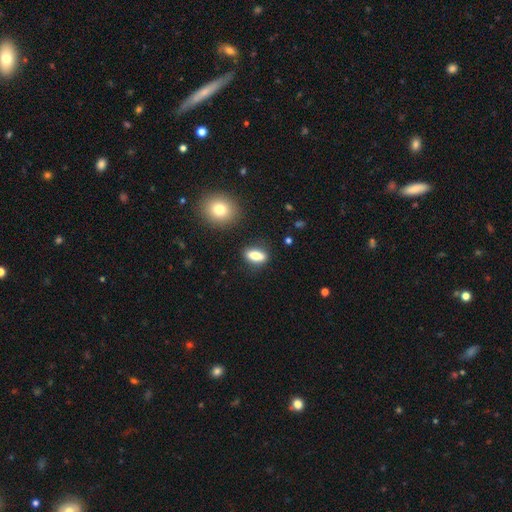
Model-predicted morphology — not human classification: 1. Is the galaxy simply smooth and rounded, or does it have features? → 79% smooth, 13% featured or disk, 8% star or artifact.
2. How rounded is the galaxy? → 73% in between, 19% cigar-shaped, 8% round.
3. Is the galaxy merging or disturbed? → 81% none, 12% minor disturbance, 3% merger, 3% major disturbance.